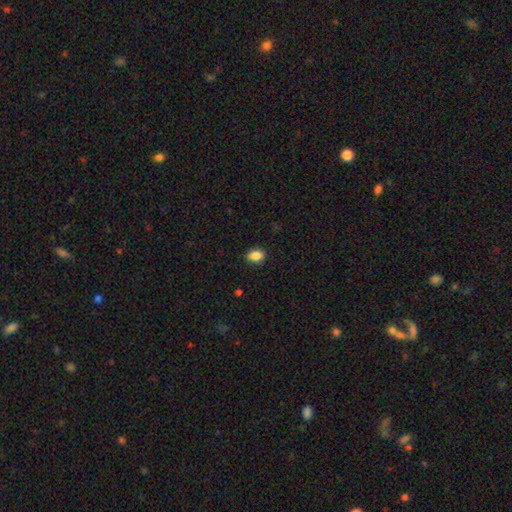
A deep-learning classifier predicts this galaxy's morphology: Overall: smooth (86%). How rounded: in between (79%). Merging: none (86%).